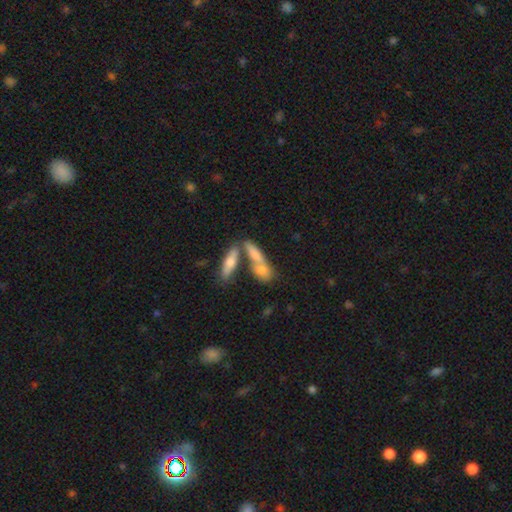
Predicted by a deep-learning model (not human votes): smooth 69%, featured or disk 24%, star or artifact 8%. Down the decision tree: how rounded — cigar-shaped (50%); merging — merger (48%).